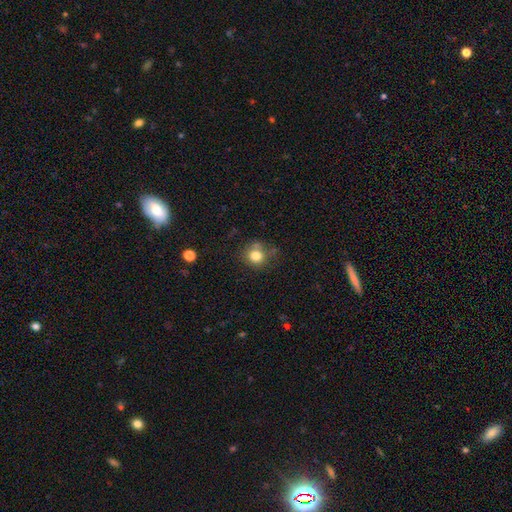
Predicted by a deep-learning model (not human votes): Morphology: type=smooth (80%); roundness=round (84%); merging=none (67%).